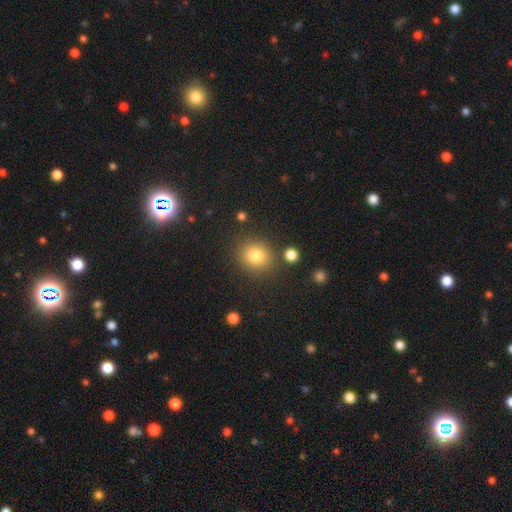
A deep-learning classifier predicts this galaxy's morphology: smooth_or_featured: smooth (p=0.81) [alt: star or artifact p=0.12]
how_rounded: round (p=0.83) [alt: in between p=0.16]
merging: none (p=0.83) [alt: minor disturbance p=0.09]